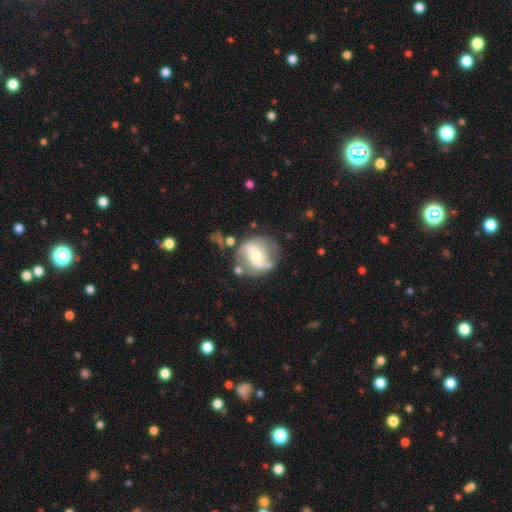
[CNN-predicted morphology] The model was most divided on "bar": strong: 42%, weak: 35%, no: 22%. Remaining: edge-on disk — no (95%); spiral arm count — 2 (83%); spiral arms — yes (77%); smooth or featured — featured or disk (71%); merging — none (63%); bulge size — moderate (55%); spiral winding — loose (46%).